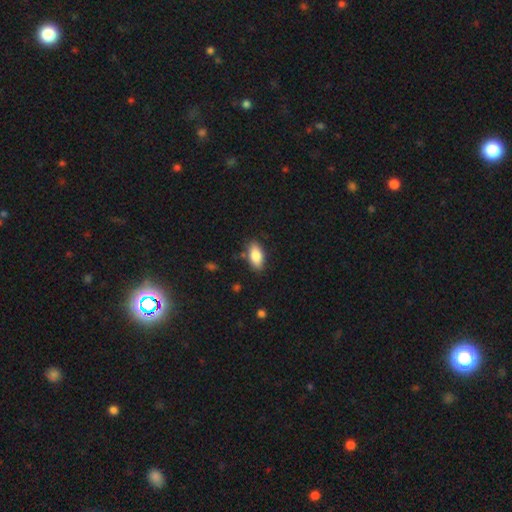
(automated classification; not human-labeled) Smooth or featured?
  - smooth: 83% *
  - featured or disk: 10%
  - star or artifact: 7%
How rounded?
  - in between: 89% *
  - cigar-shaped: 8%
  - round: 3%
Merging?
  - none: 82% *
  - minor disturbance: 13%
  - major disturbance: 3%
  - merger: 2%